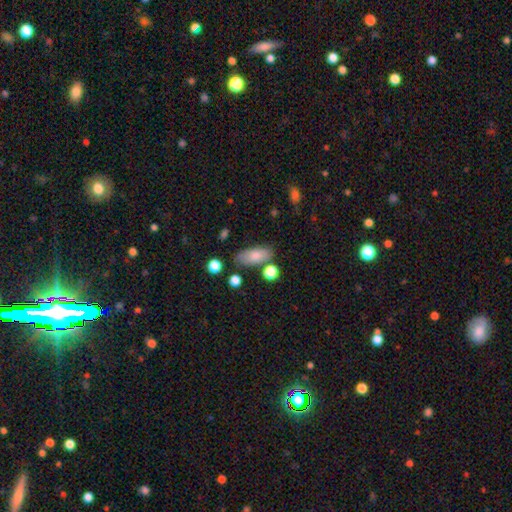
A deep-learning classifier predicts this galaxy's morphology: Smooth or featured: smooth — 81% (featured or disk — 11%)
How rounded: in between — 83% (cigar-shaped — 13%)
Merging: none — 74% (minor disturbance — 15%)